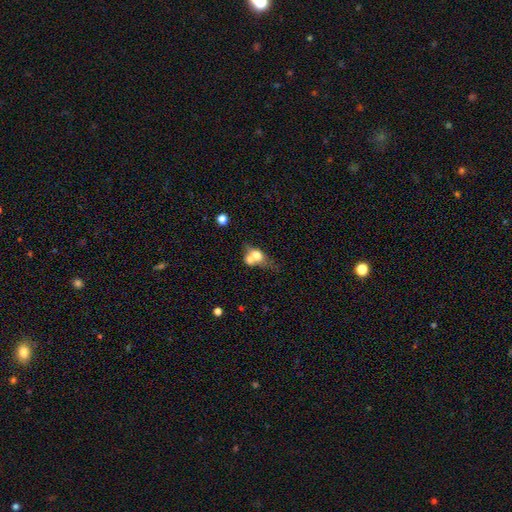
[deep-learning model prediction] Morphology: type=smooth (65%); roundness=in between (57%); merging=merger (63%).